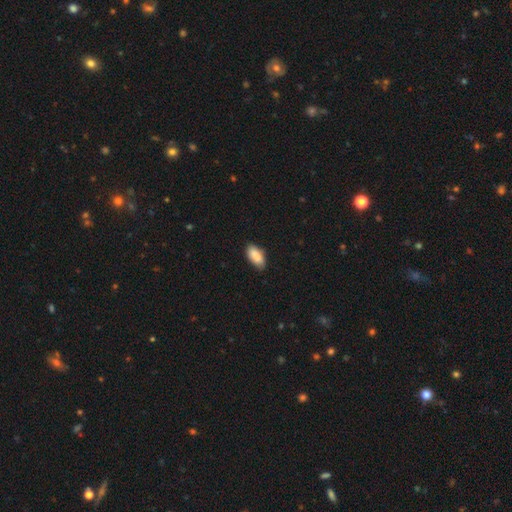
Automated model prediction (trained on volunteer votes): This appears to be a smooth galaxy with no disk features (89%) that is in between round and cigar-shaped (90%). Merging: none (82%).